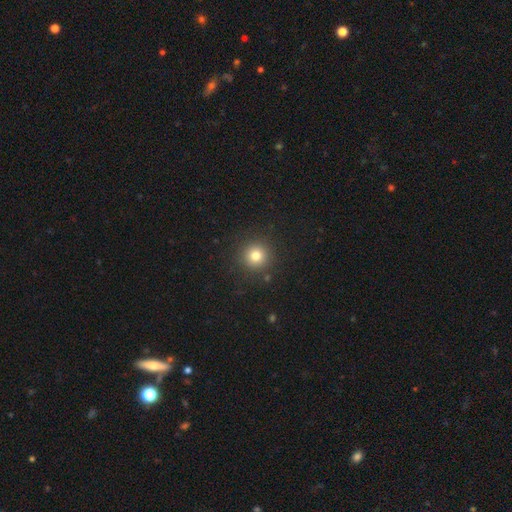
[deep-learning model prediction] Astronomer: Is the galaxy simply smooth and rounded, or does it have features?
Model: smooth — 80%.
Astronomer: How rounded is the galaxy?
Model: round — 95%.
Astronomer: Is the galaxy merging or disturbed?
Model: none — 90%.